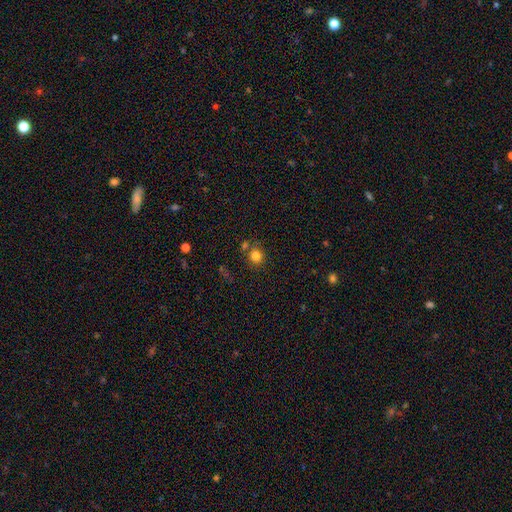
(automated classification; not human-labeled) smooth 81%, star or artifact 13%, featured or disk 6%. Down the decision tree: how rounded — round (88%); merging — none (75%).